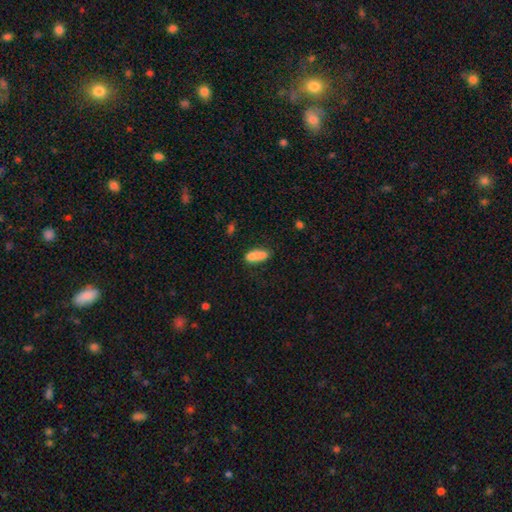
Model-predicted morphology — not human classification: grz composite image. It shows a smooth galaxy with no disk features (78%) that is in between round and cigar-shaped (70%). Merging: none (46%).